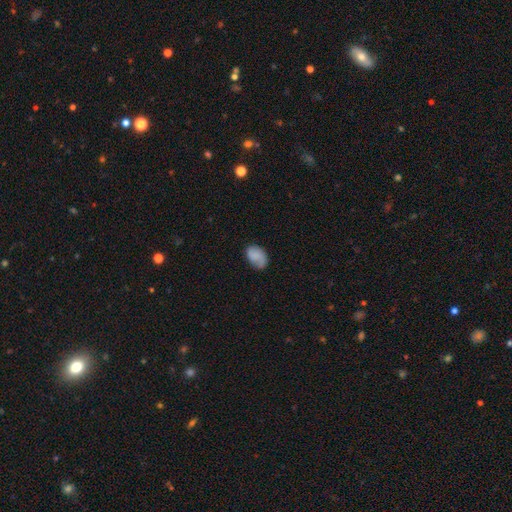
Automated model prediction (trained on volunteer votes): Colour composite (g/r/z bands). It shows a smooth galaxy with no disk features (73%) that is in between round and cigar-shaped (82%). Merging: none (64%).